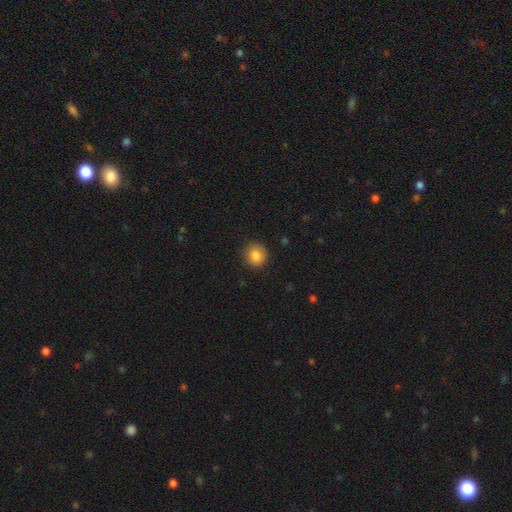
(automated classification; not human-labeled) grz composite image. It shows a smooth galaxy with no disk features (85%) that is round (85%). Merging: none (87%).